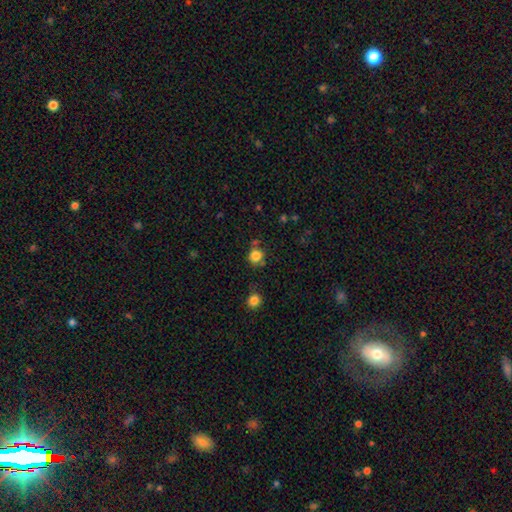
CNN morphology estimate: Smooth or featured?
  - smooth: 82% *
  - star or artifact: 12%
  - featured or disk: 5%
How rounded?
  - round: 86% *
  - in between: 13%
  - cigar-shaped: 1%
Merging?
  - none: 70% *
  - minor disturbance: 15%
  - merger: 10%
  - major disturbance: 5%